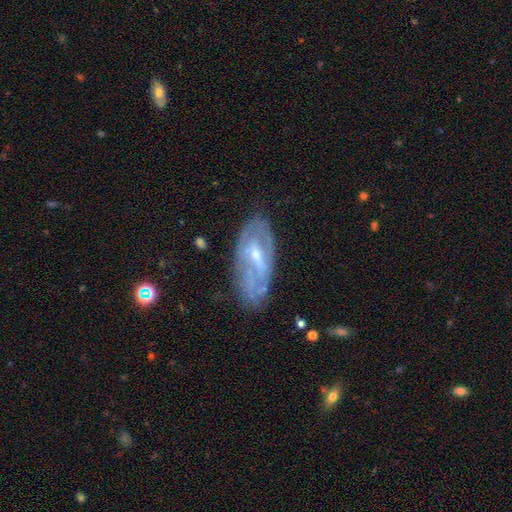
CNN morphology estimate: Q: Smooth or featured?
A: featured or disk (69%); runner-up: smooth (24%)
Q: Edge-on disk?
A: no (88%); runner-up: yes (12%)
Q: Bar?
A: weak (49%); runner-up: no (30%)
Q: Spiral arms?
A: yes (59%); runner-up: no (41%)
Q: Bulge size?
A: small (45%); runner-up: moderate (44%)
Q: Merging?
A: none (62%); runner-up: minor disturbance (24%)